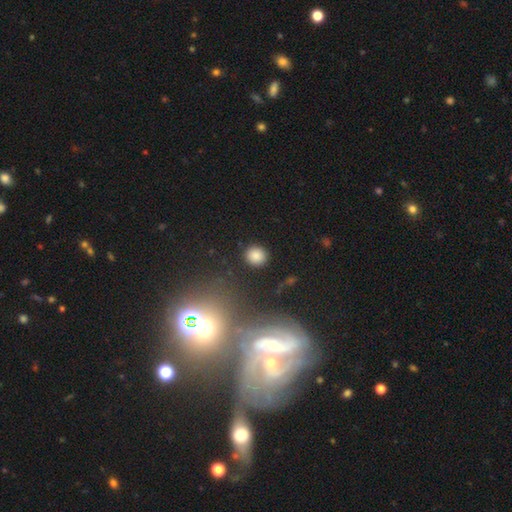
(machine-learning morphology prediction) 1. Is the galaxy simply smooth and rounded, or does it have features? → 83% smooth, 12% star or artifact, 5% featured or disk.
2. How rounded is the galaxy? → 86% round, 13% in between, 1% cigar-shaped.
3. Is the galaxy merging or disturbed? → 89% none, 7% minor disturbance, 3% major disturbance, 2% merger.